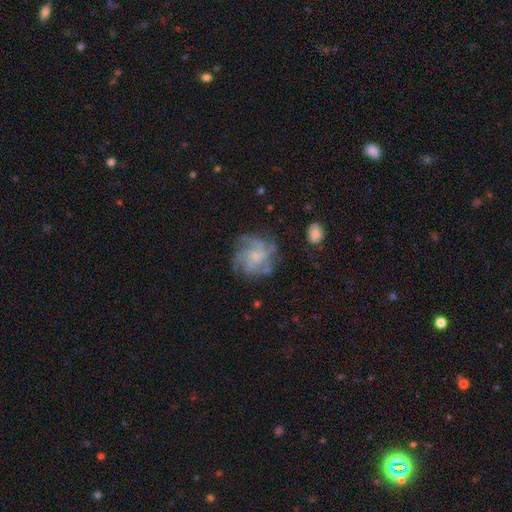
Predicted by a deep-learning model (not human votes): smooth_or_featured: featured or disk (p=0.77) [alt: smooth p=0.14]
disk_edge_on: no (p=0.98) [alt: yes p=0.02]
bar: no (p=0.71) [alt: weak p=0.26]
has_spiral_arms: yes (p=0.91) [alt: no p=0.09]
spiral_winding: tight (p=0.45) [alt: medium p=0.41]
spiral_arm_count: can't tell (p=0.30) [alt: 4 p=0.28]
bulge_size: small (p=0.58) [alt: moderate p=0.28]
merging: none (p=0.69) [alt: minor disturbance p=0.18]